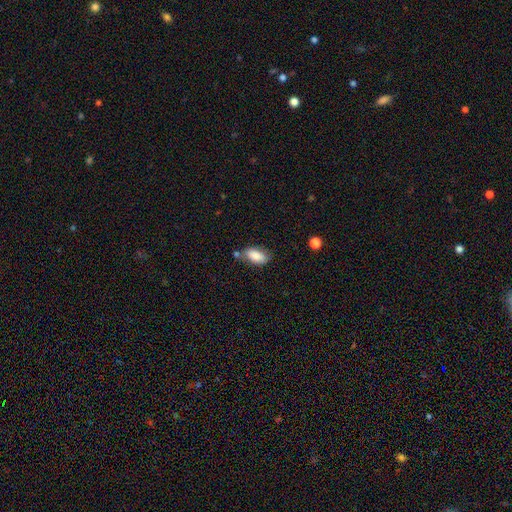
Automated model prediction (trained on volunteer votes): This appears to be a smooth galaxy with no disk features (83%) that is in between round and cigar-shaped (91%). Merging: none (59%).